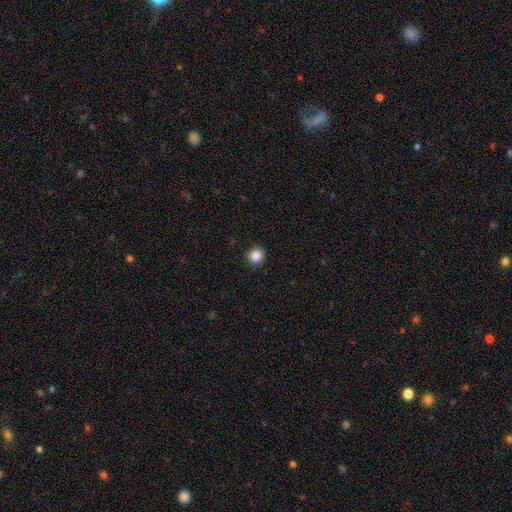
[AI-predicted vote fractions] Q: Smooth or featured?
A: smooth (85%); runner-up: star or artifact (11%)
Q: How rounded?
A: round (92%); runner-up: in between (8%)
Q: Merging?
A: none (92%); runner-up: minor disturbance (5%)